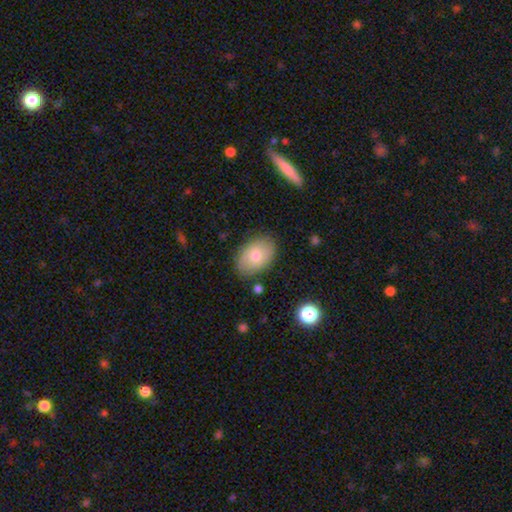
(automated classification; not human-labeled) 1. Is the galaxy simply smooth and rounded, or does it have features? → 73% smooth, 19% featured or disk, 8% star or artifact.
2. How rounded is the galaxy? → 86% in between, 13% round, 1% cigar-shaped.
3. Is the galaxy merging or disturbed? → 83% none, 13% minor disturbance, 3% major disturbance, 2% merger.